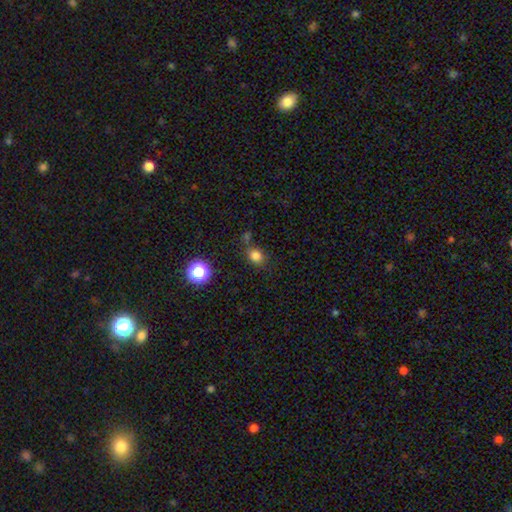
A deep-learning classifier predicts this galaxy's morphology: Smooth or featured? Predicted: smooth (p=0.79). How rounded? Predicted: round (p=0.69). Merging? Predicted: none (p=0.69).